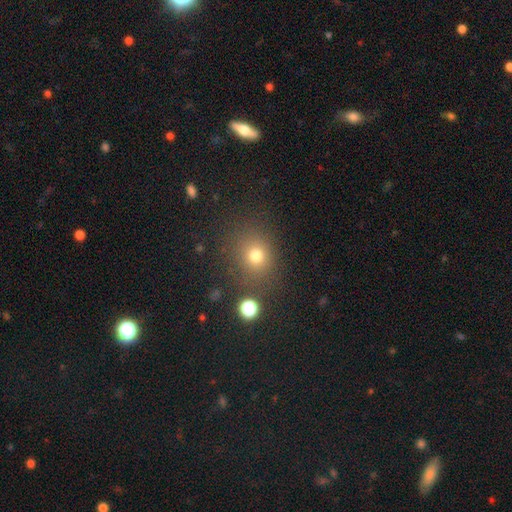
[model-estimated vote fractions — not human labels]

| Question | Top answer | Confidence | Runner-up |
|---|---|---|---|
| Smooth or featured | smooth | 74% | star or artifact (18%) |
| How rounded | round | 75% | in between (24%) |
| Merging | none | 79% | minor disturbance (12%) |